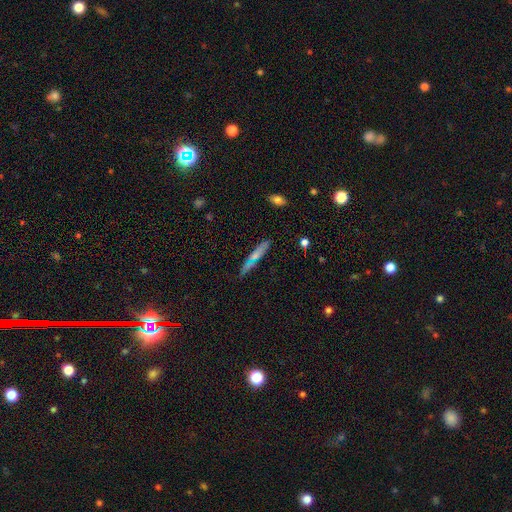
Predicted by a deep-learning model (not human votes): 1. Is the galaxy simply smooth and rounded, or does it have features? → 46% smooth, 42% featured or disk, 13% star or artifact.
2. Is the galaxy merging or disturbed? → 78% none, 14% minor disturbance, 5% merger, 3% major disturbance.